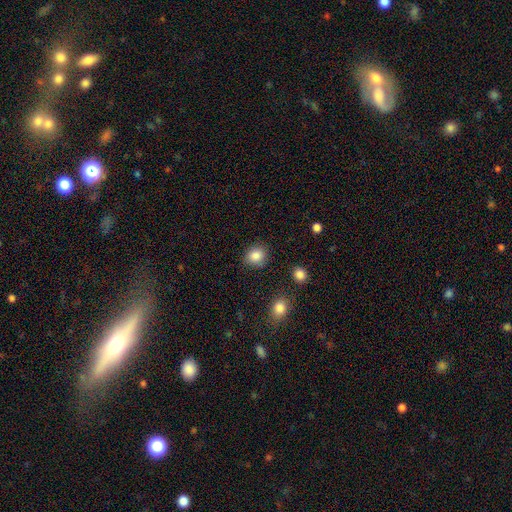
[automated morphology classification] Smooth or featured: smooth — 86% (star or artifact — 9%)
How rounded: round — 69% (in between — 30%)
Merging: none — 83% (minor disturbance — 11%)